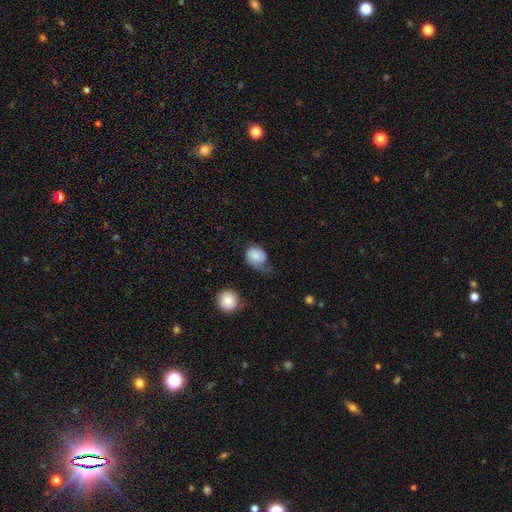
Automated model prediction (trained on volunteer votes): smooth 68%, featured or disk 24%, star or artifact 8%. Down the decision tree: how rounded — round (52%); merging — major disturbance (36%).